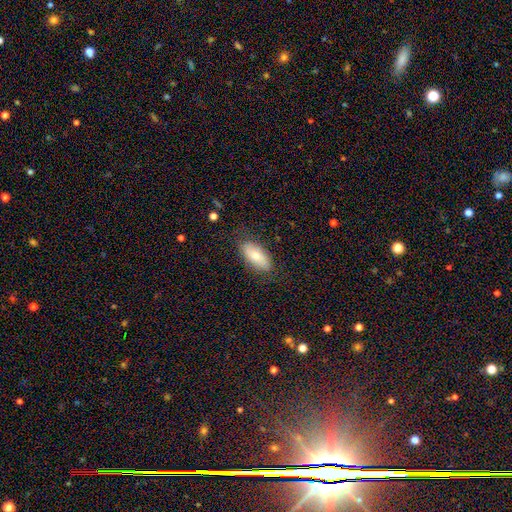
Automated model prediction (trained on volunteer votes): A smooth galaxy with no disk features (73%) that is in between round and cigar-shaped (89%).

Vote fractions:
- Smooth or featured? smooth: 73% / featured or disk: 21% / star or artifact: 7%
- How rounded? in between: 89% / cigar-shaped: 8% / round: 3%
- Merging? none: 79% / minor disturbance: 16% / major disturbance: 4% / merger: 1%